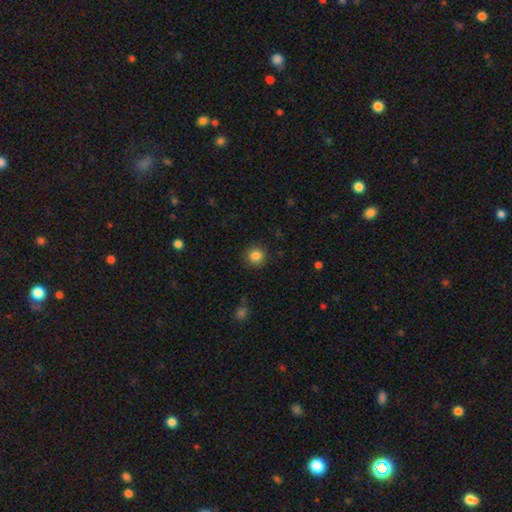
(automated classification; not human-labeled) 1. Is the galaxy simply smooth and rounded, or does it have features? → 85% smooth, 10% star or artifact, 5% featured or disk.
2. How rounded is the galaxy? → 93% round, 6% in between, 1% cigar-shaped.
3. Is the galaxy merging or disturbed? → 90% none, 7% minor disturbance, 2% major disturbance, 1% merger.